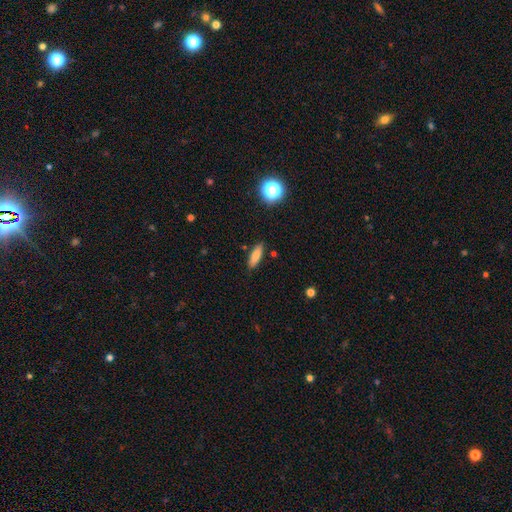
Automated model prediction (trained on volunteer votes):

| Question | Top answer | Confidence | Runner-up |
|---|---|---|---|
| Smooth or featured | smooth | 81% | featured or disk (10%) |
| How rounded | cigar-shaped | 55% | in between (43%) |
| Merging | none | 87% | minor disturbance (9%) |